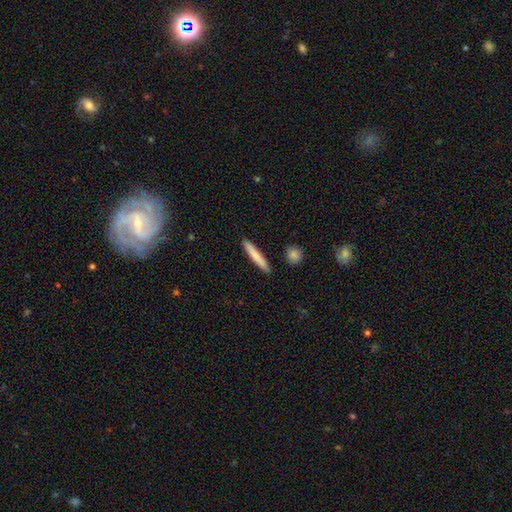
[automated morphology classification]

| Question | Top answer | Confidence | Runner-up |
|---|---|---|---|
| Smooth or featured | smooth | 77% | featured or disk (18%) |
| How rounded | cigar-shaped | 94% | in between (5%) |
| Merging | none | 91% | minor disturbance (6%) |